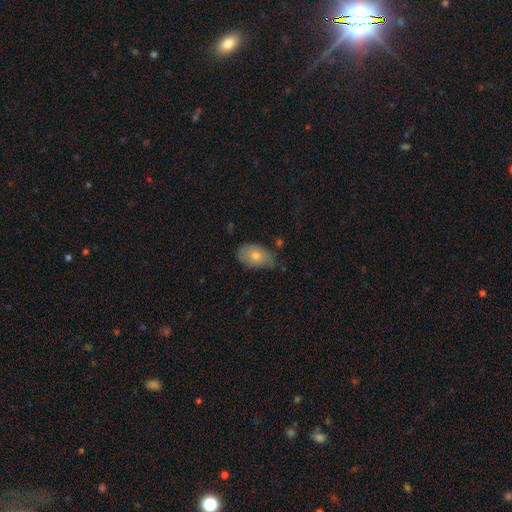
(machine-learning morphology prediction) smooth_or_featured: smooth (p=0.70) [alt: featured or disk p=0.22]
how_rounded: in between (p=0.87) [alt: round p=0.11]
merging: none (p=0.62) [alt: minor disturbance p=0.30]